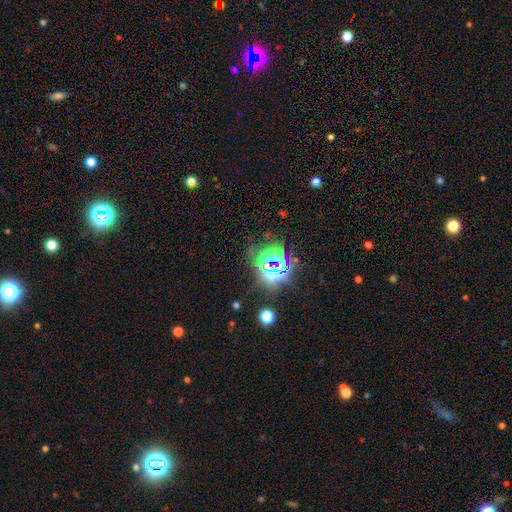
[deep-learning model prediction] star or artifact 78%, smooth 14%, featured or disk 8%.